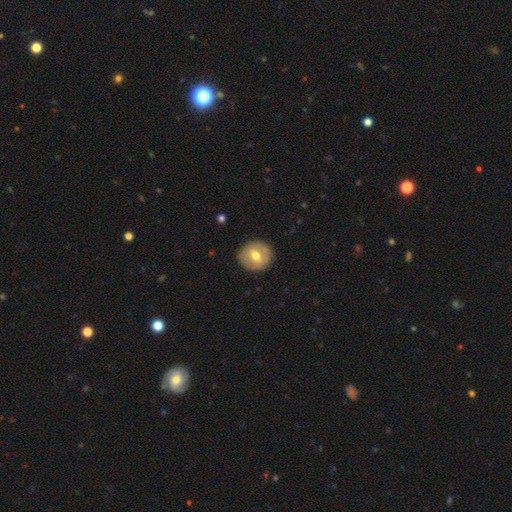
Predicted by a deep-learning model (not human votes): smooth 54%, featured or disk 39%, star or artifact 7%. Down the decision tree: how rounded — round (87%); merging — none (88%).